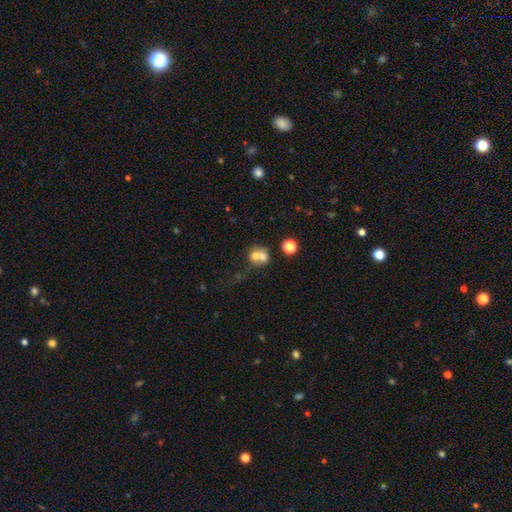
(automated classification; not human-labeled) Smooth or featured?
  - smooth: 65% *
  - featured or disk: 22%
  - star or artifact: 13%
How rounded?
  - round: 70% *
  - in between: 29%
  - cigar-shaped: 1%
Merging?
  - merger: 62% *
  - none: 25%
  - minor disturbance: 8%
  - major disturbance: 5%